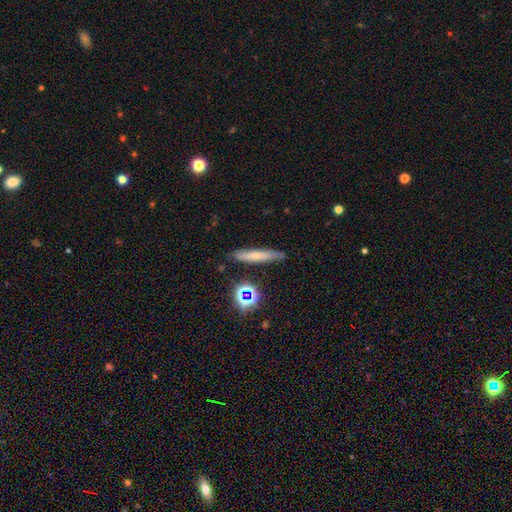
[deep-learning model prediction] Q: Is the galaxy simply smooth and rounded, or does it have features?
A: smooth — 60%.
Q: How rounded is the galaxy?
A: cigar-shaped — 87%.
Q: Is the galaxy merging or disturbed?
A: none — 82%.